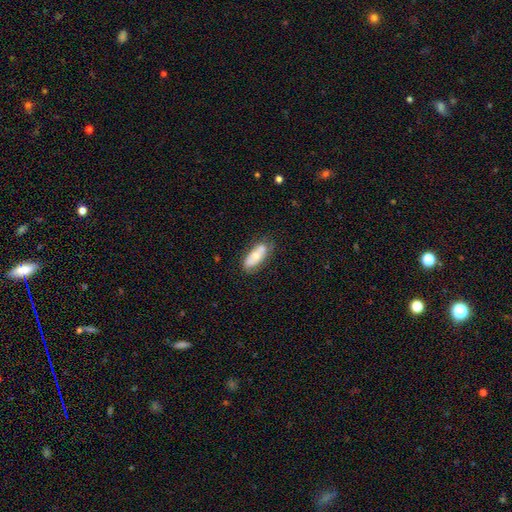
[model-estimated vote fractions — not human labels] This appears to be a smooth galaxy with no disk features (58%) that is in between round and cigar-shaped (79%). Merging: none (71%).